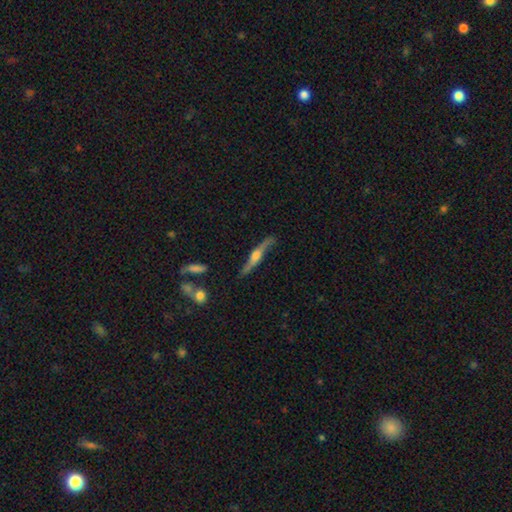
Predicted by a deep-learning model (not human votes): Smooth or featured? featured or disk (76%)
Edge-on disk? yes (88%)
Edge-on bulge? rounded (87%)
Merging? none (78%)